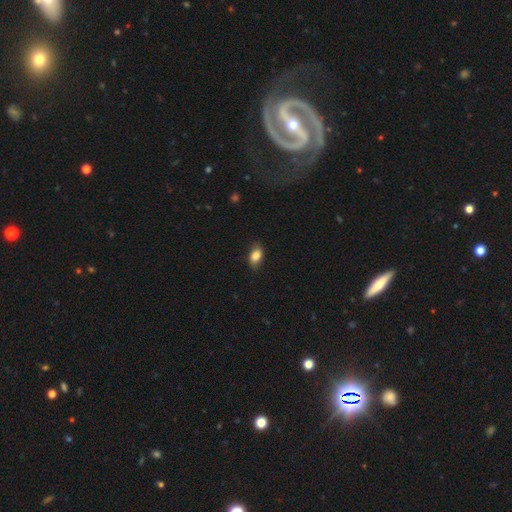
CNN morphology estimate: Smooth or featured? Predicted: smooth (p=0.83). How rounded? Predicted: in between (p=0.87). Merging? Predicted: none (p=0.77).